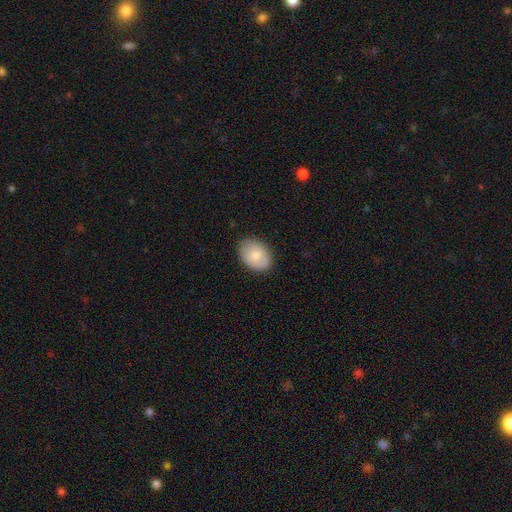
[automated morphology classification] Smooth or featured?
  - smooth: 79% *
  - featured or disk: 15%
  - star or artifact: 7%
How rounded?
  - in between: 77% *
  - round: 22%
  - cigar-shaped: 1%
Merging?
  - none: 84% *
  - minor disturbance: 13%
  - major disturbance: 3%
  - merger: 1%